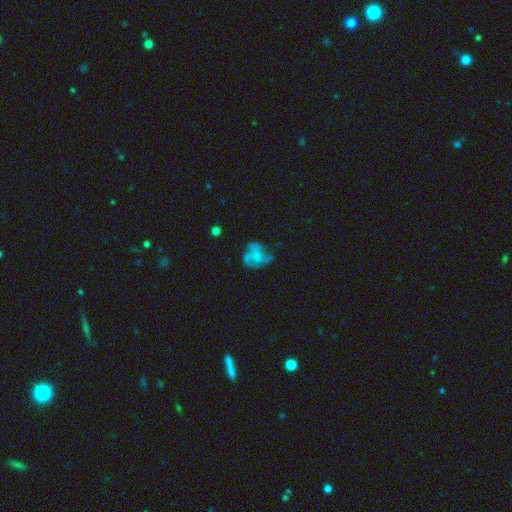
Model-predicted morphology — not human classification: A featured or disk galaxy (52%) with no bar (82%), no spiral arms (55%) and no central bulge (60%). Merging: none (41%).